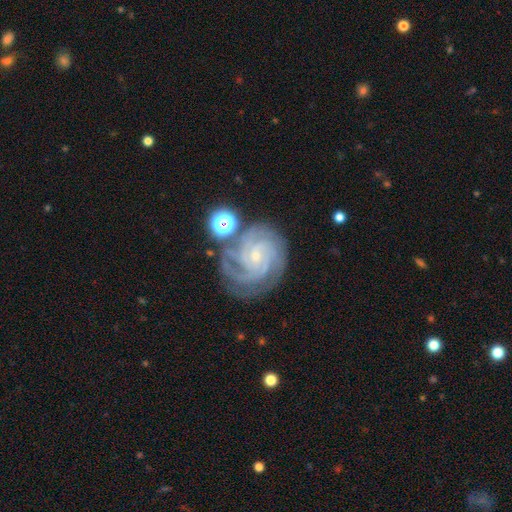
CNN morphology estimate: Smooth or featured: featured or disk — 88% (star or artifact — 7%)
Edge-on disk: no — 98% (yes — 2%)
Bar: no — 67% (weak — 27%)
Spiral arms: yes — 98% (no — 2%)
Spiral winding: tight — 72% (medium — 25%)
Spiral arm count: 4 — 38% (3 — 27%)
Bulge size: small — 81% (moderate — 14%)
Merging: none — 68% (minor disturbance — 17%)